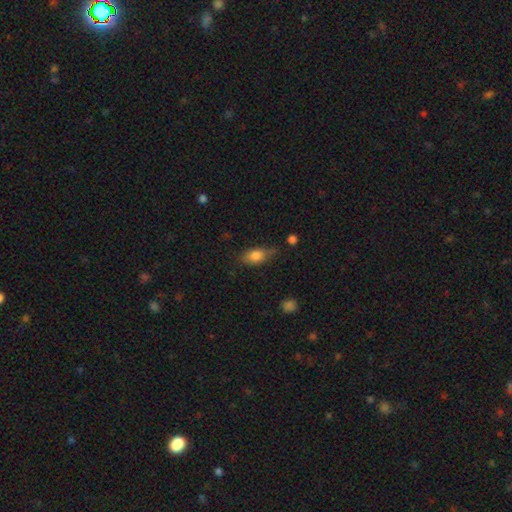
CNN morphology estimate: This is likely a smooth galaxy (79%). How rounded: clearly in between (82%). Merging: likely none (62%).